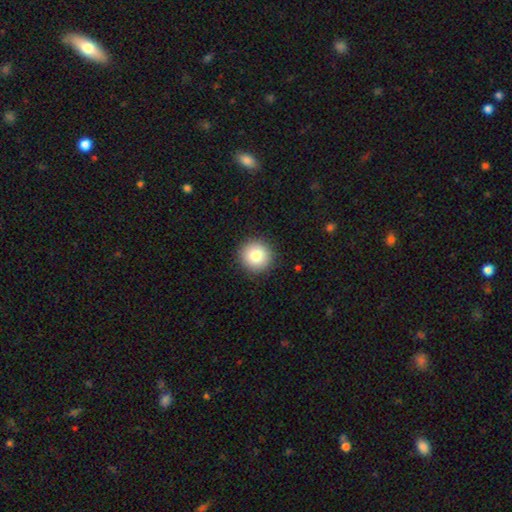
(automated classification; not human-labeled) This appears to be a smooth galaxy with no disk features (82%) that is round (95%). Merging: none (91%).